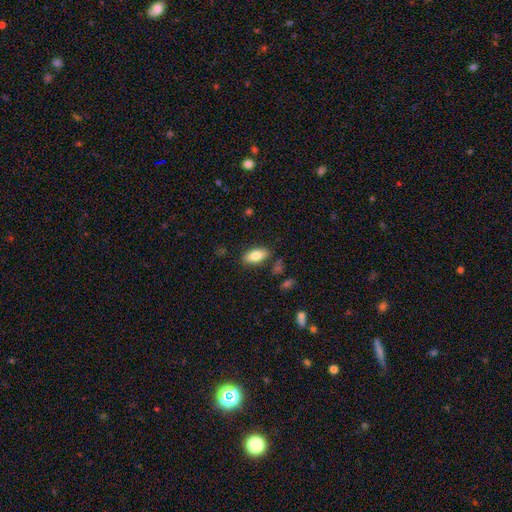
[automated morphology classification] Overall: smooth (81%). How rounded: in between (89%). Merging: none (83%).